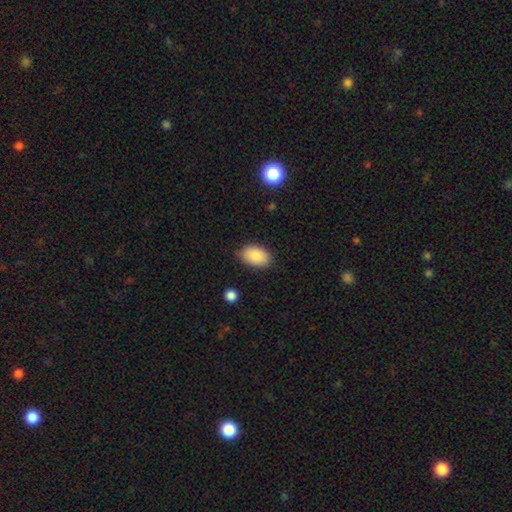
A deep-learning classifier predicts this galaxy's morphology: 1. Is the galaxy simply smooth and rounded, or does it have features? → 87% smooth, 7% star or artifact, 6% featured or disk.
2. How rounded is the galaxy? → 90% in between, 9% round, 1% cigar-shaped.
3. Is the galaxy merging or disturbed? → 84% none, 12% minor disturbance, 3% major disturbance, 1% merger.